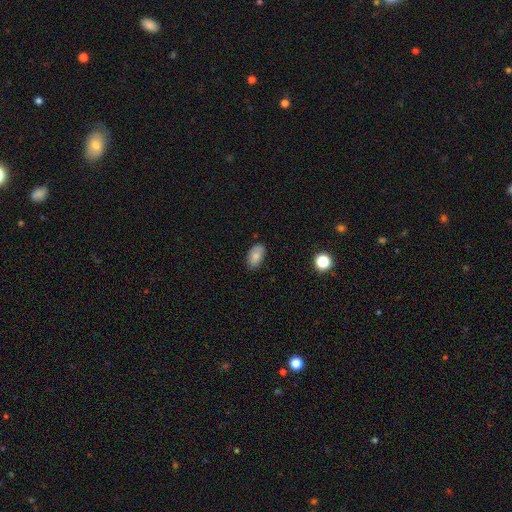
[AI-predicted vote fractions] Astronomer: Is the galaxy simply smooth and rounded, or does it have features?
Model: smooth — 82%.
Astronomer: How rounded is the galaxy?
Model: in between — 92%.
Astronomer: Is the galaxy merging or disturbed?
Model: none — 81%.